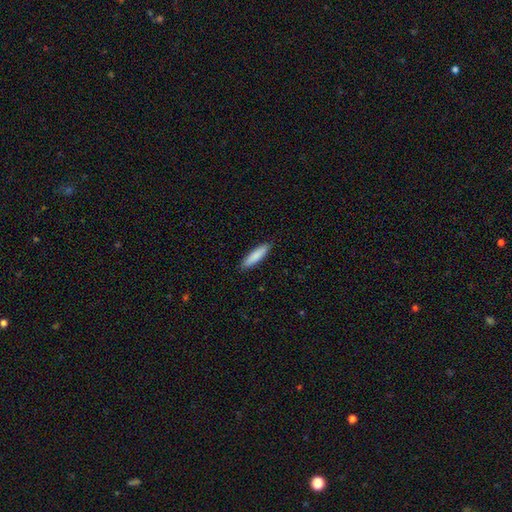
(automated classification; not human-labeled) A smooth galaxy with no disk features (85%) that is cigar-shaped (77%).

Vote fractions:
- Smooth or featured? smooth: 85% / featured or disk: 9% / star or artifact: 5%
- How rounded? cigar-shaped: 77% / in between: 22% / round: 1%
- Merging? none: 90% / minor disturbance: 8% / major disturbance: 2% / merger: 1%